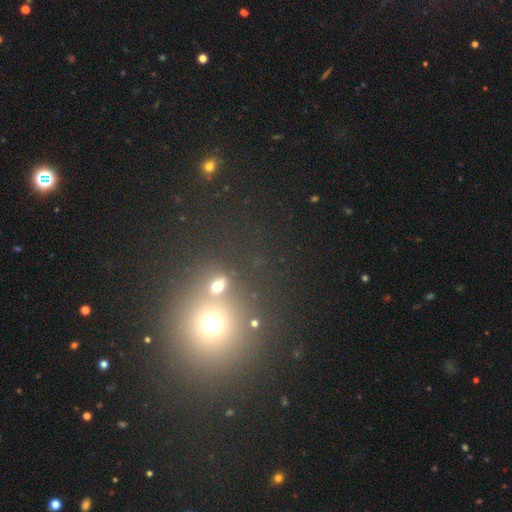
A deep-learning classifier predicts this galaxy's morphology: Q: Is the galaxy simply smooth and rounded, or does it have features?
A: smooth — 49%.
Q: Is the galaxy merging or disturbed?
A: none — 72%.